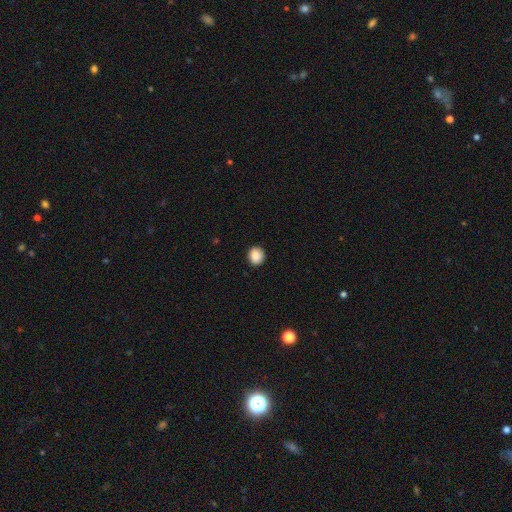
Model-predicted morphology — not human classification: A smooth galaxy with no disk features (88%) that is round (79%). Merging: none (89%).